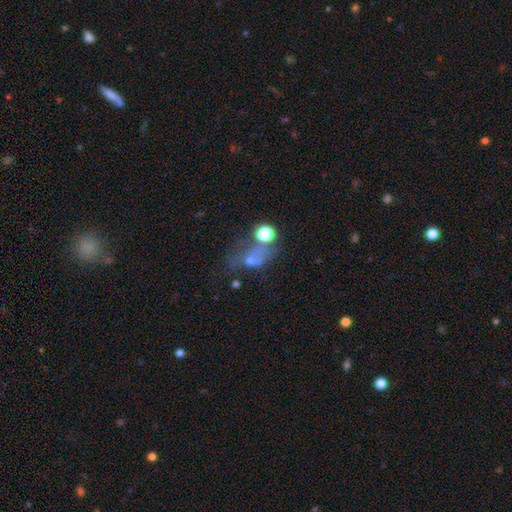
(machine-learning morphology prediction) Overall: smooth (43%; star or artifact 31%). Merging: none (35%; major disturbance 25%).